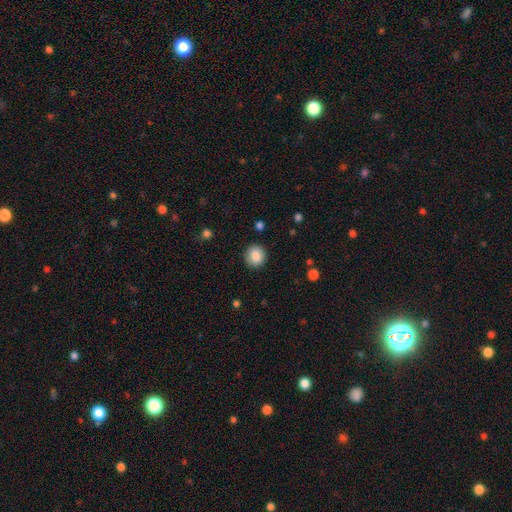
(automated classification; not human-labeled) Overall: smooth (86%). How rounded: round (90%). Merging: none (89%).